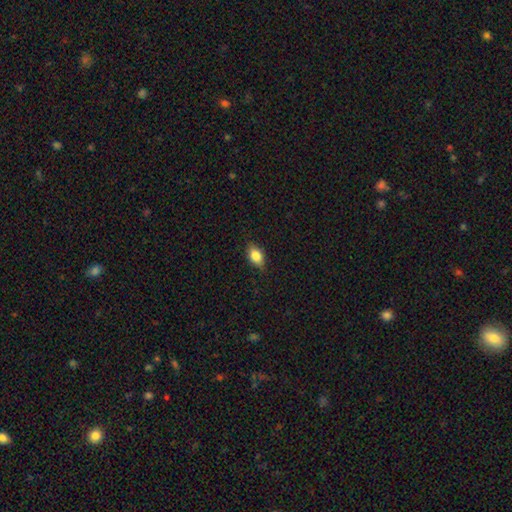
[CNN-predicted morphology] smooth_or_featured: smooth (p=0.79) [alt: featured or disk p=0.12]
how_rounded: in between (p=0.81) [alt: round p=0.14]
merging: none (p=0.84) [alt: minor disturbance p=0.13]